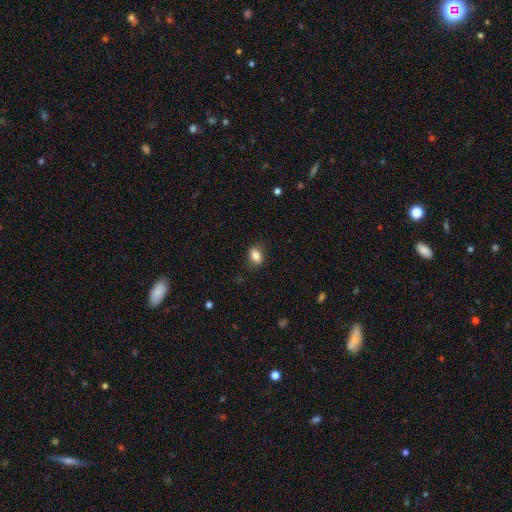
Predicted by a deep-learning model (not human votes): Q: Smooth or featured?
A: smooth (85%); runner-up: star or artifact (9%)
Q: How rounded?
A: in between (80%); runner-up: round (18%)
Q: Merging?
A: none (82%); runner-up: minor disturbance (13%)